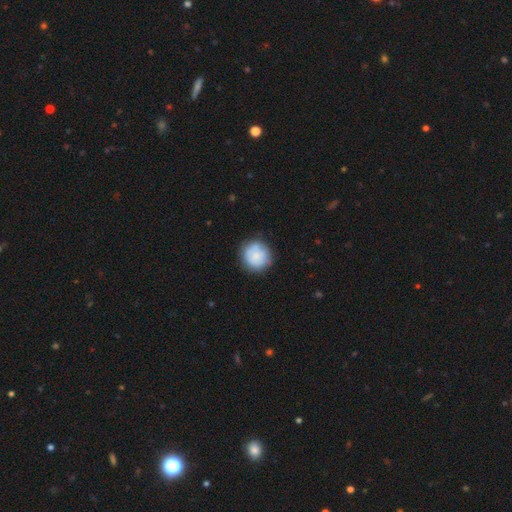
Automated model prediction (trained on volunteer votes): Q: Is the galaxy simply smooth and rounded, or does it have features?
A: smooth — 72%.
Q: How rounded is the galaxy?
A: round — 92%.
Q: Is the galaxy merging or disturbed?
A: none — 74%.